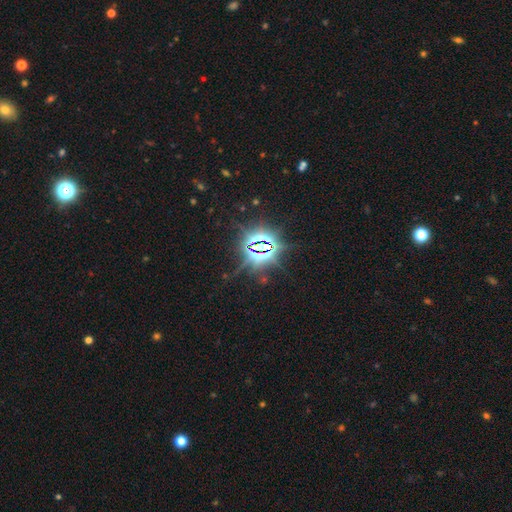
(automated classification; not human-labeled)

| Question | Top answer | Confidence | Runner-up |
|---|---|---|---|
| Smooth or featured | star or artifact | 85% | smooth (7%) |